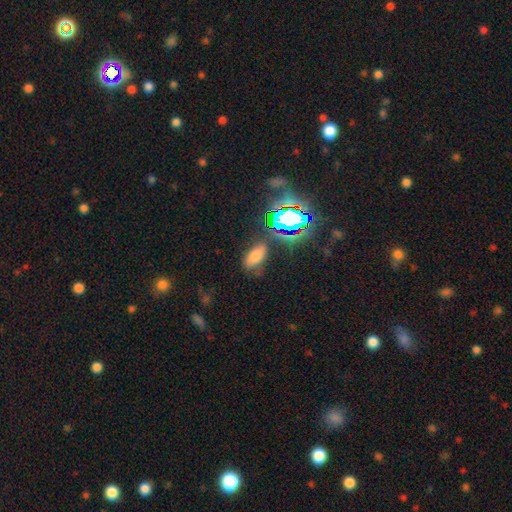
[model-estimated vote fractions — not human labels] Overall: smooth (63%; star or artifact 25%). How rounded: in between (90%). Merging: none (72%).